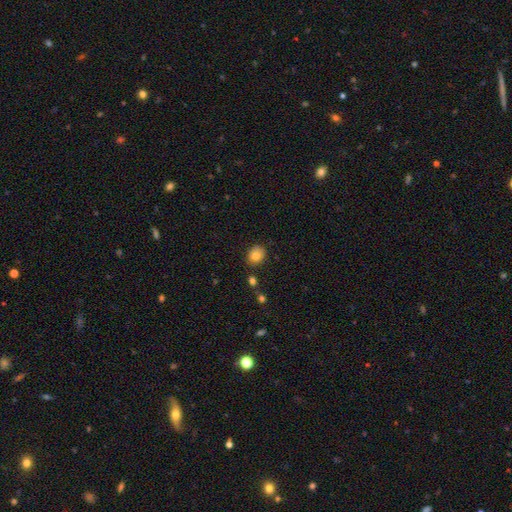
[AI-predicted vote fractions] Smooth or featured?
  - smooth: 80% *
  - star or artifact: 10%
  - featured or disk: 10%
How rounded?
  - round: 65% *
  - in between: 34%
  - cigar-shaped: 1%
Merging?
  - none: 83% *
  - minor disturbance: 11%
  - merger: 4%
  - major disturbance: 2%